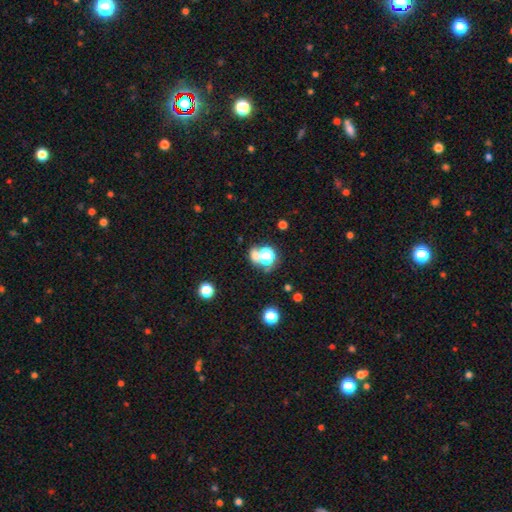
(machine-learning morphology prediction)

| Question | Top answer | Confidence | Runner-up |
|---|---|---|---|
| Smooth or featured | smooth | 56% | star or artifact (33%) |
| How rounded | round | 72% | in between (26%) |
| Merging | none | 52% | merger (33%) |